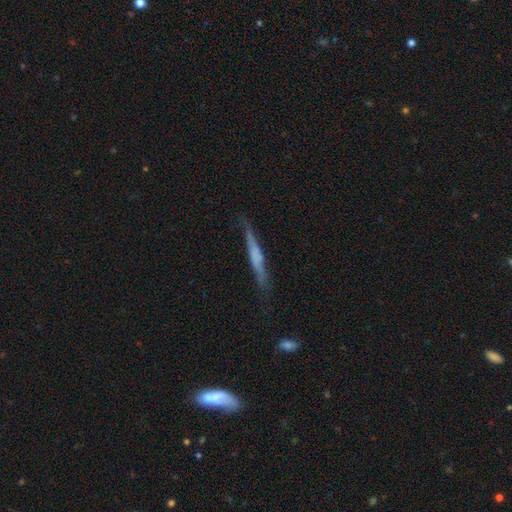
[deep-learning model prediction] A featured or disk galaxy (51%) viewed edge-on (92%). Merging: none (75%).